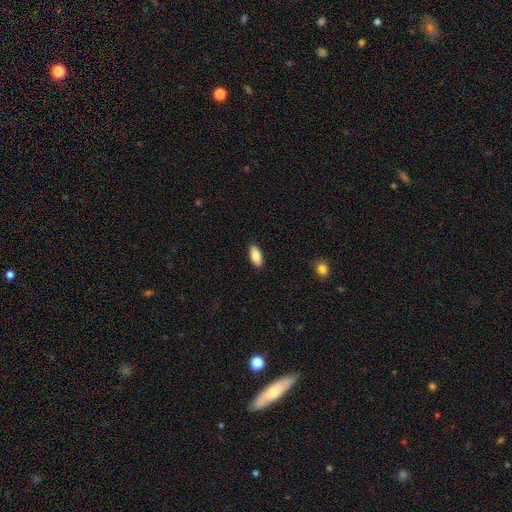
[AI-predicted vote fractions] Q: Smooth or featured?
A: smooth (86%); runner-up: featured or disk (7%)
Q: How rounded?
A: in between (88%); runner-up: cigar-shaped (10%)
Q: Merging?
A: none (90%); runner-up: minor disturbance (8%)